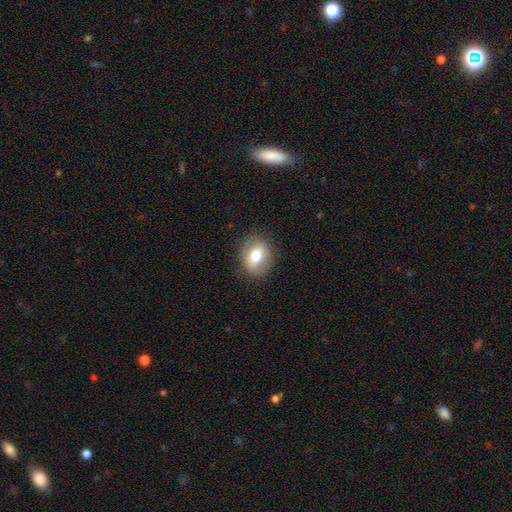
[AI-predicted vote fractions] Overall: smooth (66%). How rounded: in between (52%; round 47%). Merging: none (85%).